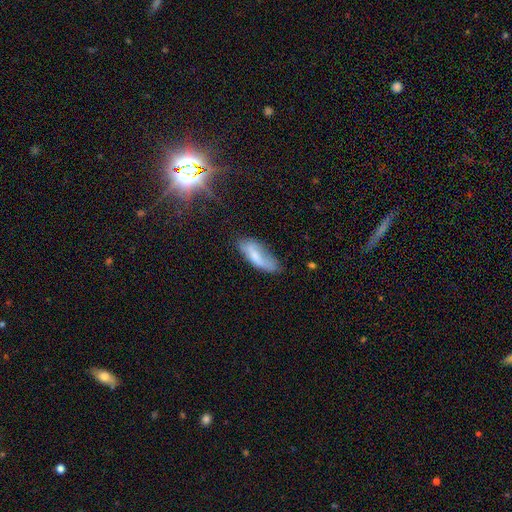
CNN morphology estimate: smooth_or_featured: smooth (p=0.61) [alt: featured or disk p=0.30]
how_rounded: in between (p=0.67) [alt: cigar-shaped p=0.31]
merging: none (p=0.53) [alt: minor disturbance p=0.32]